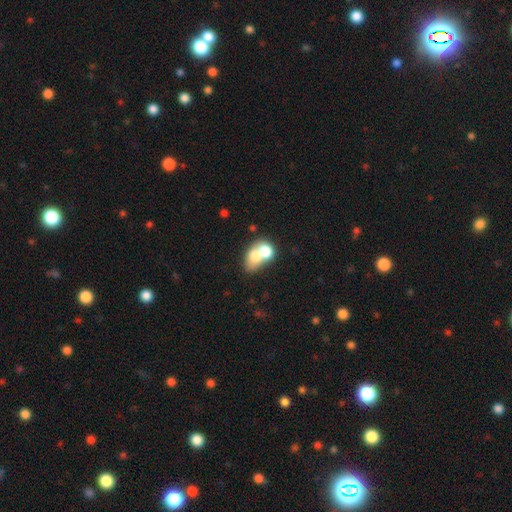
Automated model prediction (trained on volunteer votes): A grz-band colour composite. It shows a smooth galaxy with no disk features (68%) that is in between round and cigar-shaped (66%). Merging: merger (67%).